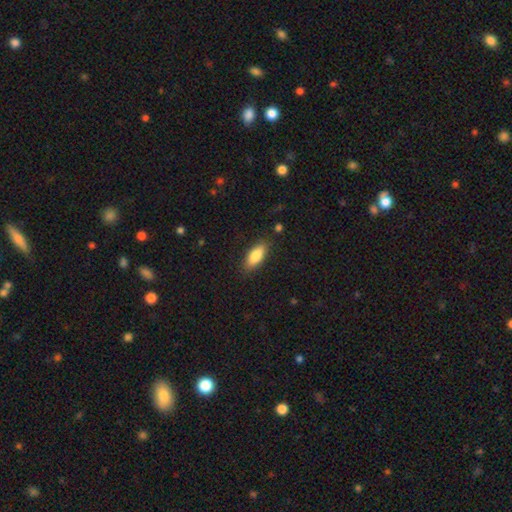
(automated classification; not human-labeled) Morphology: type=smooth (84%); roundness=in between (80%); merging=none (84%).